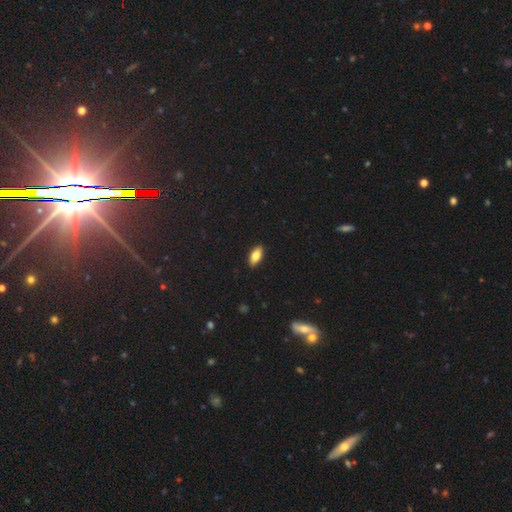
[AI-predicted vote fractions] Morphology: type=smooth (79%); roundness=in between (87%); merging=none (90%).